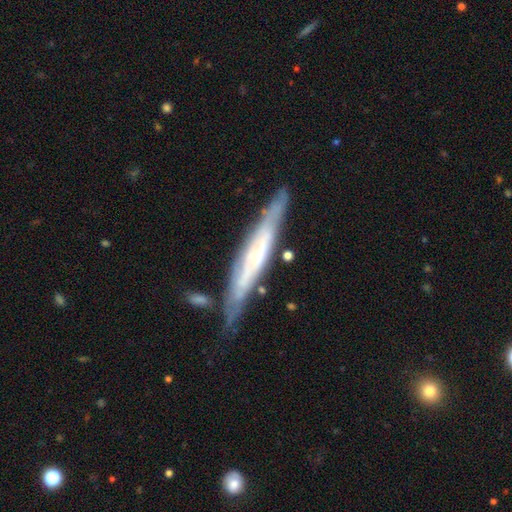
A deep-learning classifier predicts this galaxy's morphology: featured or disk 68%, smooth 26%, star or artifact 6%. Down the decision tree: edge-on disk — yes (80%); edge-on bulge — none (55%); merging — none (69%).